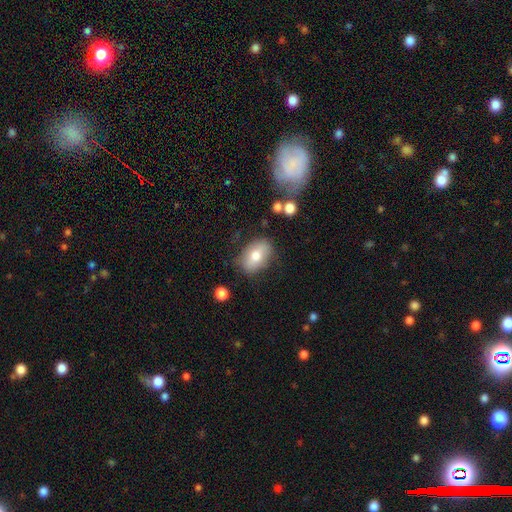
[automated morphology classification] Smooth or featured: smooth — 72% (featured or disk — 20%)
How rounded: in between — 84% (round — 14%)
Merging: none — 75% (minor disturbance — 18%)